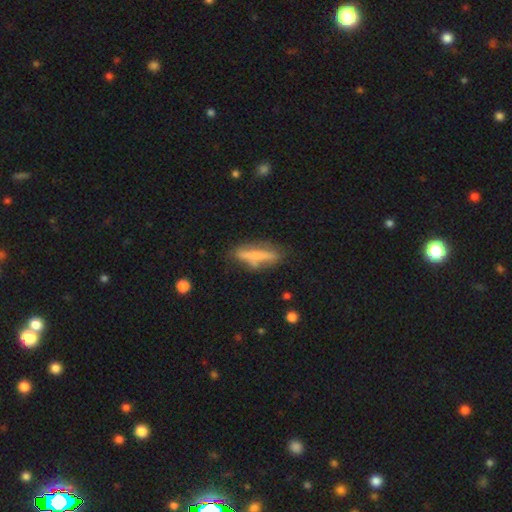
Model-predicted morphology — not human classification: This appears to be a smooth galaxy with no disk features (47%). Merging: none (71%).